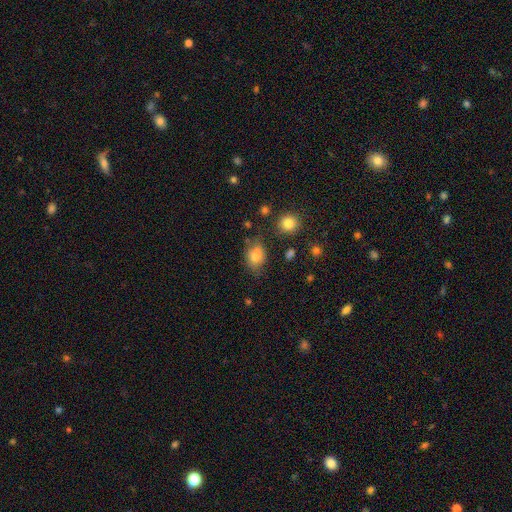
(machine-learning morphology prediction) smooth_or_featured: smooth (p=0.77) [alt: star or artifact p=0.12]
how_rounded: in between (p=0.61) [alt: round p=0.37]
merging: none (p=0.59) [alt: minor disturbance p=0.24]